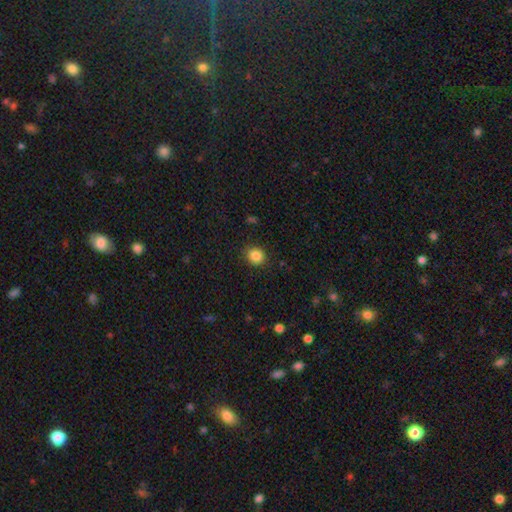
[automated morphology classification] type=smooth (86%); roundness=round (81%); merging=none (88%).